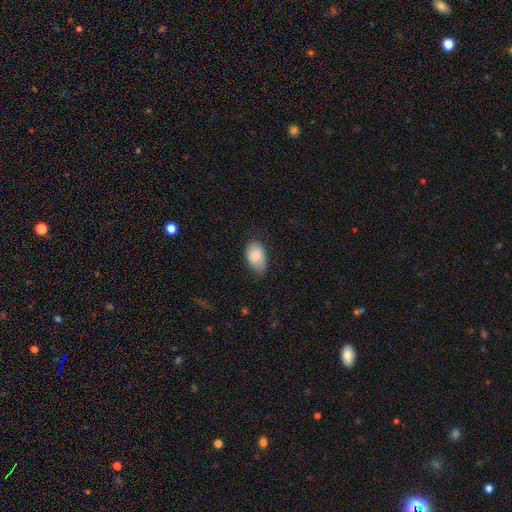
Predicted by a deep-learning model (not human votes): smooth_or_featured: smooth (p=0.83) [alt: featured or disk p=0.10]
how_rounded: in between (p=0.92) [alt: round p=0.07]
merging: none (p=0.67) [alt: minor disturbance p=0.28]